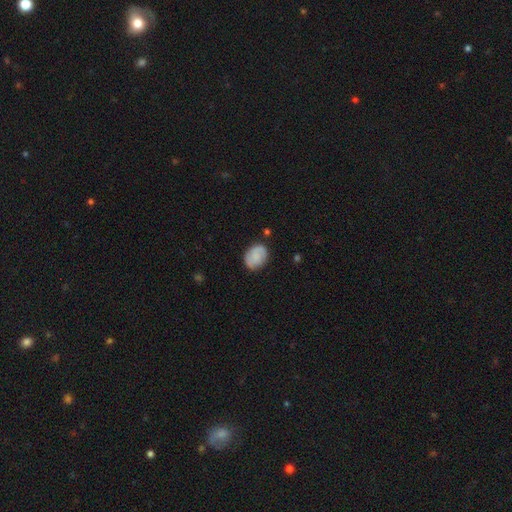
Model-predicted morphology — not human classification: Smooth or featured? smooth (67%)
How rounded? in between (60%)
Merging? none (78%)